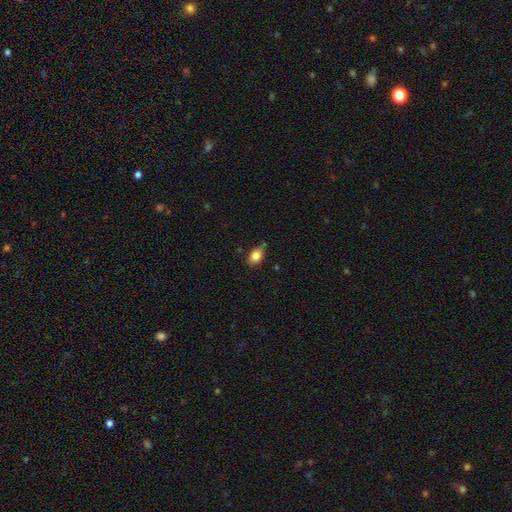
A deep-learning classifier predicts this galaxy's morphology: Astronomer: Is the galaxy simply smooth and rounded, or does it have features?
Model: smooth — 84%.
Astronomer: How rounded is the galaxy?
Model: in between — 82%.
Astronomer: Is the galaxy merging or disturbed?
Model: none — 68%.